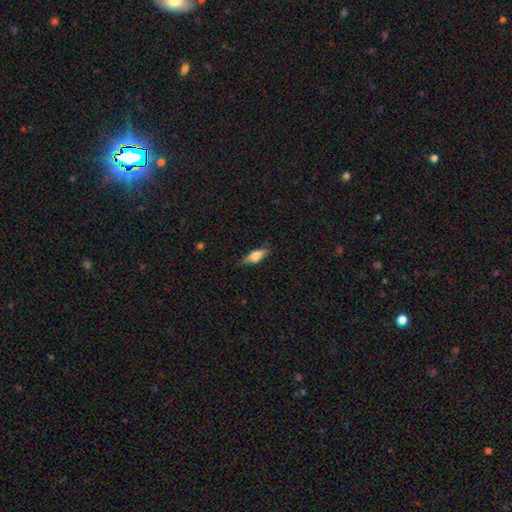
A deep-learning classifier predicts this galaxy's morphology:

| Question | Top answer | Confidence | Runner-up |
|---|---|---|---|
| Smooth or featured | smooth | 59% | featured or disk (33%) |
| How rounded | in between | 61% | cigar-shaped (35%) |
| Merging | none | 79% | minor disturbance (16%) |